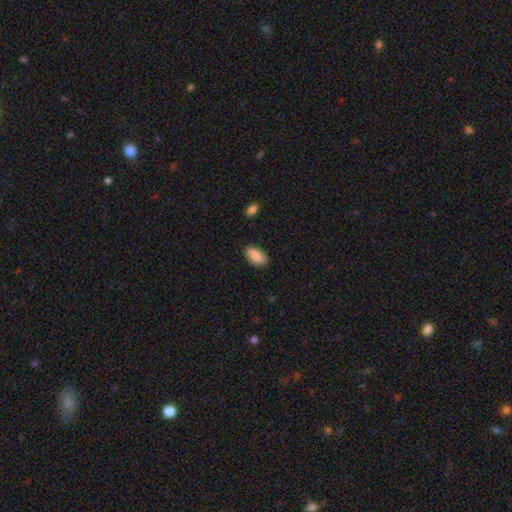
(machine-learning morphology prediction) This appears to be a smooth galaxy with no disk features (85%) that is in between round and cigar-shaped (94%). Merging: none (82%).